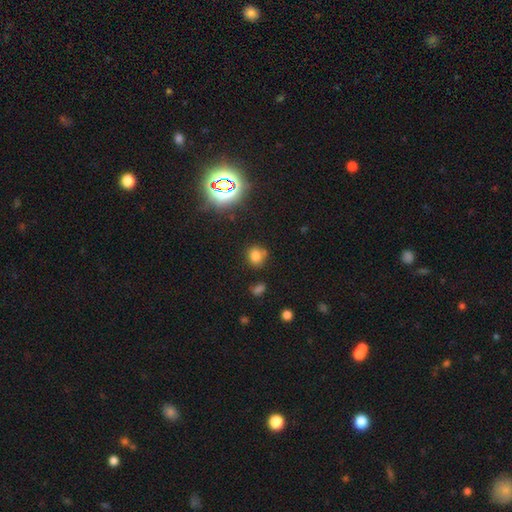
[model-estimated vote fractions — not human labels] Smooth or featured? smooth (74%)
How rounded? round (76%)
Merging? none (69%)